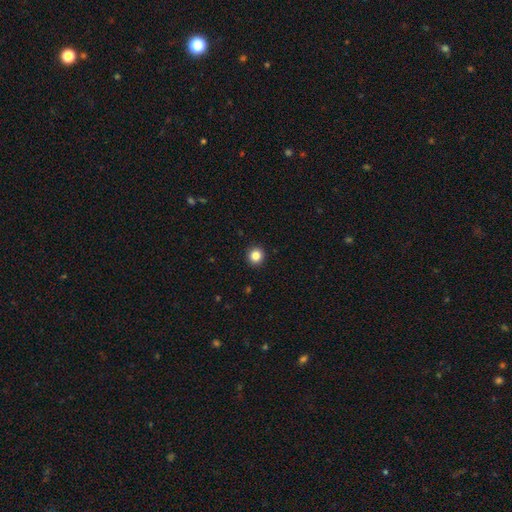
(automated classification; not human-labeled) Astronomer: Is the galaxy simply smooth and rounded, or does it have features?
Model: smooth — 85%.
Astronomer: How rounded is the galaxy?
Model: round — 94%.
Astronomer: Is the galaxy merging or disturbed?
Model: none — 94%.